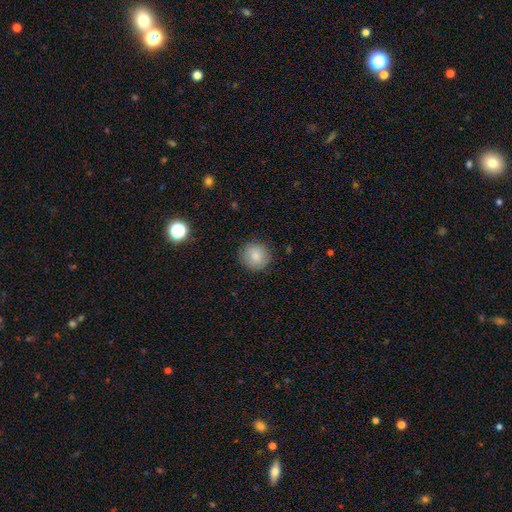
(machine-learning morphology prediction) This appears to be a smooth galaxy with no disk features (85%) that is round (92%). Merging: none (88%).